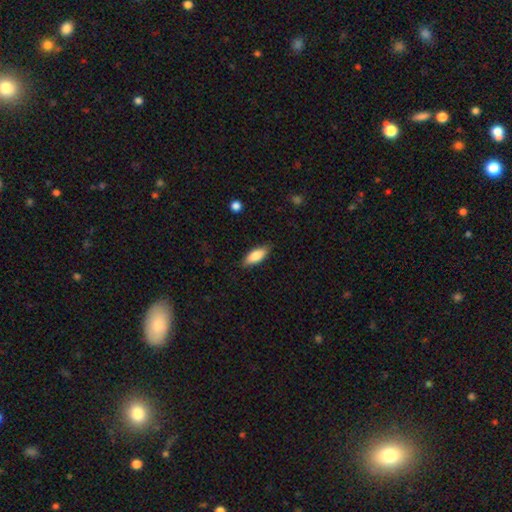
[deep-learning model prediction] Smooth or featured? smooth (82%)
How rounded? in between (76%)
Merging? none (84%)